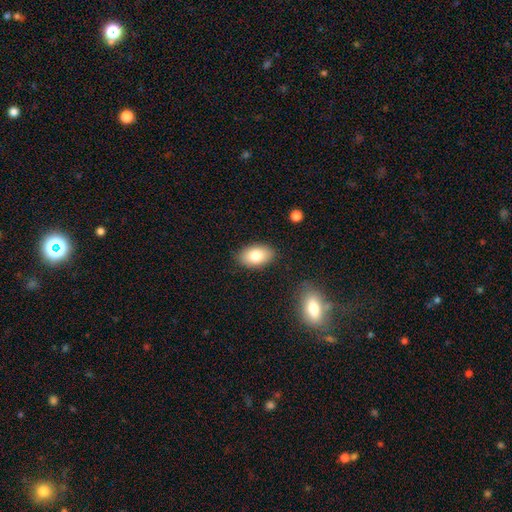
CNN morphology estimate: A smooth galaxy with no disk features (81%) that is in between round and cigar-shaped (92%). Merging: none (86%).